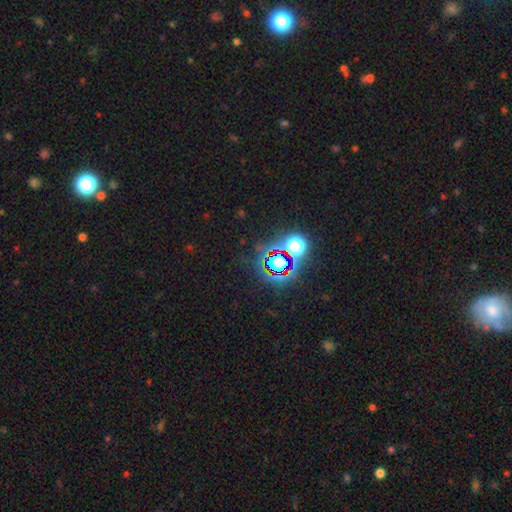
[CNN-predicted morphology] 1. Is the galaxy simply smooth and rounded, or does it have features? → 78% star or artifact, 13% smooth, 9% featured or disk.